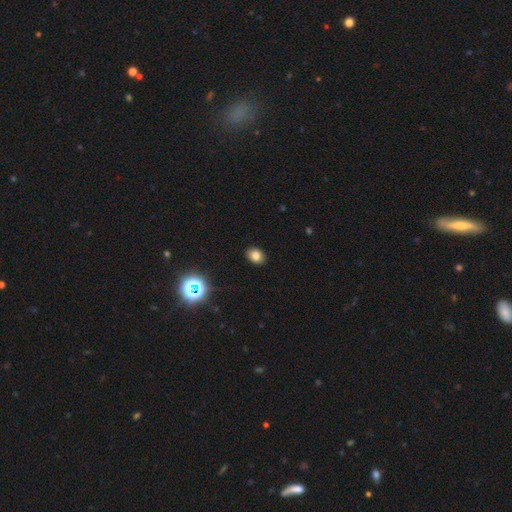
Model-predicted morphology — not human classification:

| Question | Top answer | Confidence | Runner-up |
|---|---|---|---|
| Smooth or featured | smooth | 79% | star or artifact (14%) |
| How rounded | in between | 69% | round (30%) |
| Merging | none | 90% | minor disturbance (7%) |